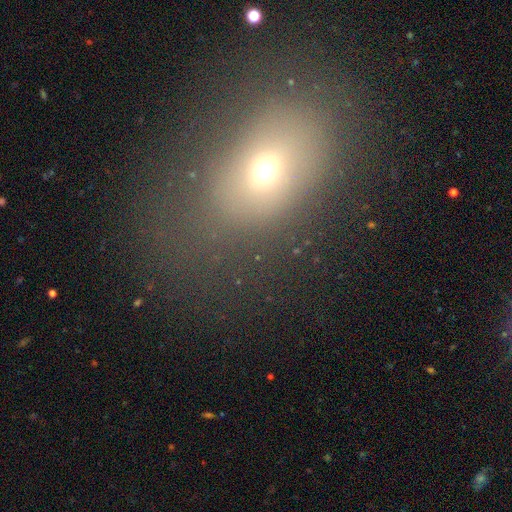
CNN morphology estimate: Smooth or featured? smooth (60%)
How rounded? in between (62%)
Merging? none (63%)